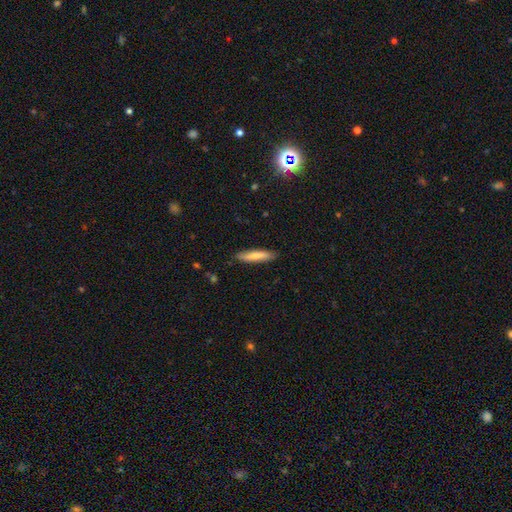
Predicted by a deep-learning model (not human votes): smooth 74%, featured or disk 20%, star or artifact 6%. Down the decision tree: how rounded — cigar-shaped (83%); merging — none (87%).